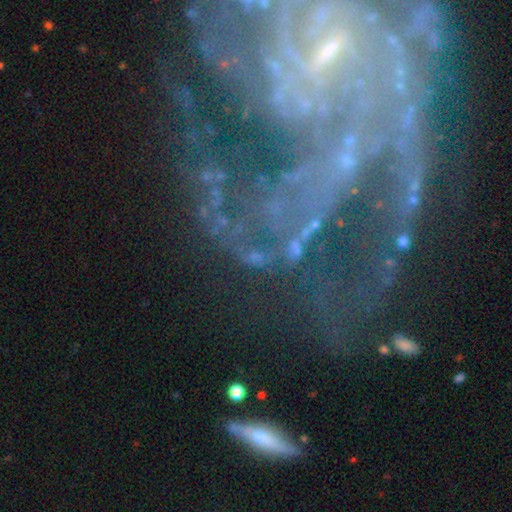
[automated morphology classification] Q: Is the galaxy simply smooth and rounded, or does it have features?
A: star or artifact — 45%.